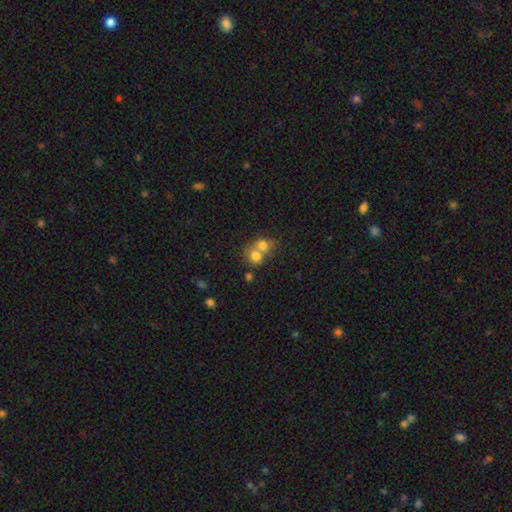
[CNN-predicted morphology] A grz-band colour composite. It shows a smooth galaxy with no disk features (72%) that is round (71%). Merging: merger (69%).